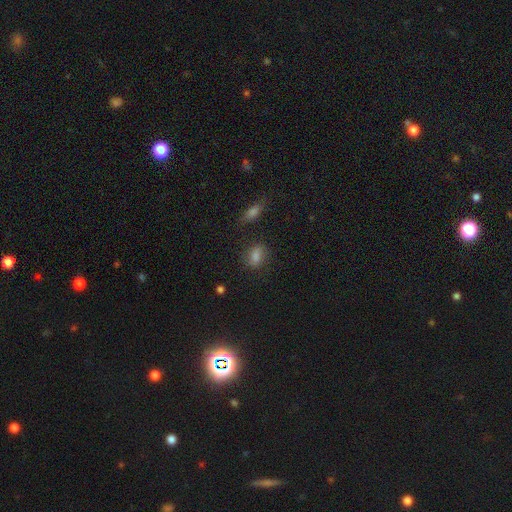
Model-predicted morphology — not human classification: Q: Smooth or featured?
A: smooth (69%); runner-up: star or artifact (19%)
Q: How rounded?
A: in between (71%); runner-up: round (22%)
Q: Merging?
A: none (73%); runner-up: minor disturbance (17%)